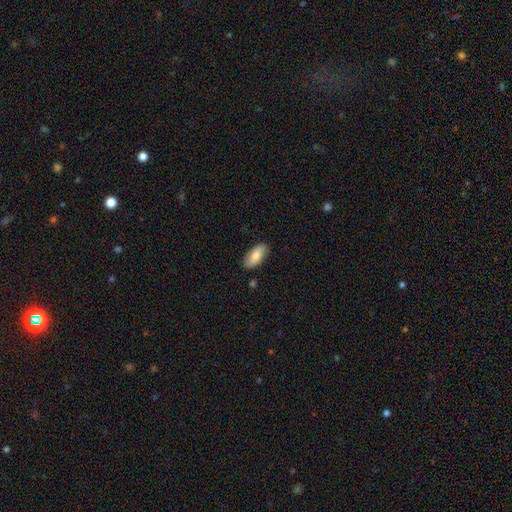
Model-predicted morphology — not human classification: smooth-or-featured: smooth: 82% | featured or disk: 12% | star or artifact: 6%
  how-rounded: in between: 90% | cigar-shaped: 8% | round: 2%
  merging: none: 84% | minor disturbance: 12% | major disturbance: 2% | merger: 2%